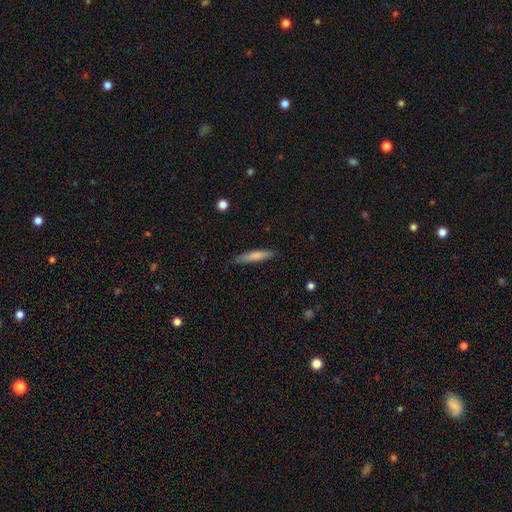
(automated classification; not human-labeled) smooth-or-featured: smooth: 78% | featured or disk: 16% | star or artifact: 6%
  how-rounded: cigar-shaped: 86% | in between: 12% | round: 1%
  merging: none: 84% | minor disturbance: 13% | major disturbance: 2% | merger: 1%